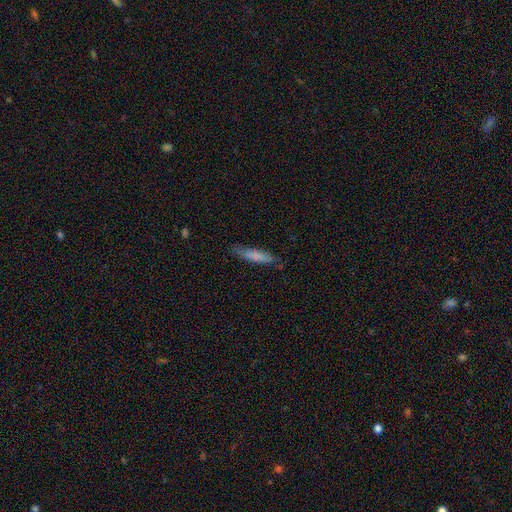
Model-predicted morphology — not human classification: smooth-or-featured: smooth: 75% | featured or disk: 18% | star or artifact: 7%
  how-rounded: cigar-shaped: 81% | in between: 17% | round: 2%
  merging: none: 78% | minor disturbance: 17% | major disturbance: 3% | merger: 2%